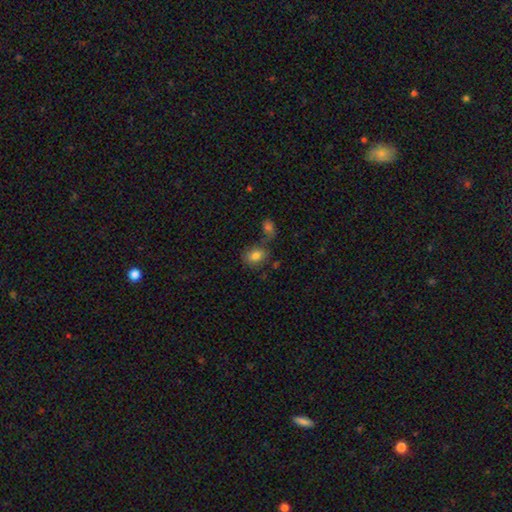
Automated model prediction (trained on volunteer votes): smooth_or_featured: smooth (p=0.81) [alt: featured or disk p=0.10]
how_rounded: in between (p=0.69) [alt: round p=0.30]
merging: none (p=0.58) [alt: merger p=0.20]